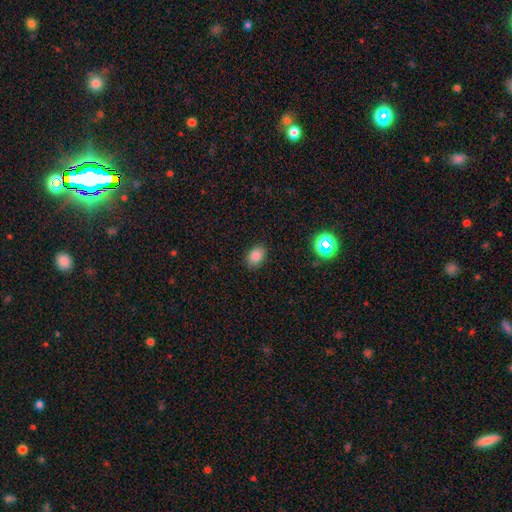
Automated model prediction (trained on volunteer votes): Smooth or featured?
  - smooth: 83% *
  - star or artifact: 12%
  - featured or disk: 5%
How rounded?
  - in between: 74% *
  - round: 25%
  - cigar-shaped: 1%
Merging?
  - none: 85% *
  - minor disturbance: 11%
  - major disturbance: 3%
  - merger: 1%